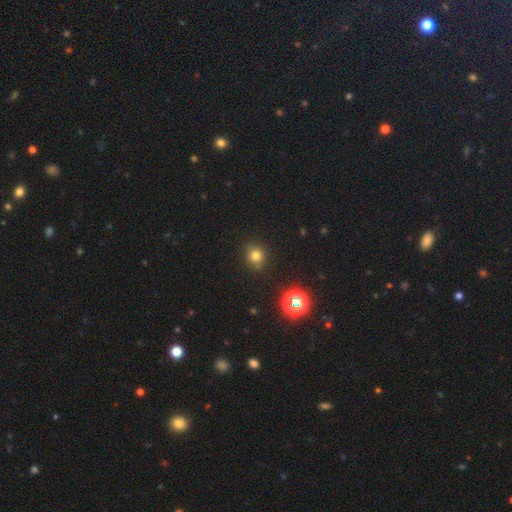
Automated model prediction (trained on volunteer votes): Smooth or featured: smooth — 75% (star or artifact — 18%)
How rounded: round — 85% (in between — 14%)
Merging: none — 84% (minor disturbance — 11%)